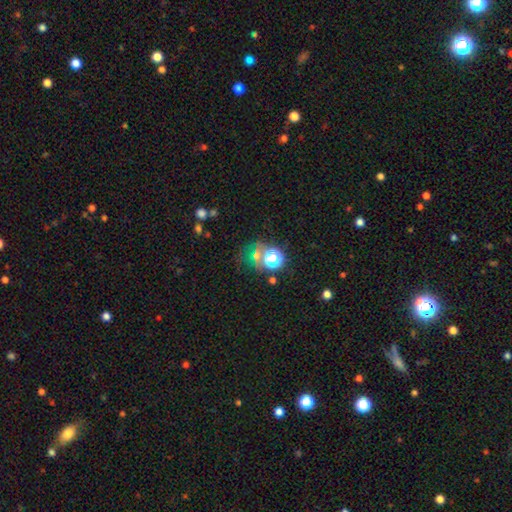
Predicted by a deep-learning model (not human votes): Smooth or featured? Predicted: star or artifact (p=0.49).